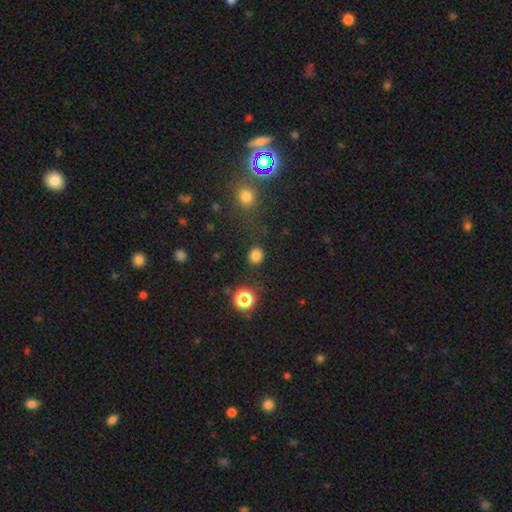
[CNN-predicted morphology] A smooth galaxy with no disk features (81%) that is round (81%).

Vote fractions:
- Smooth or featured? smooth: 81% / star or artifact: 16% / featured or disk: 4%
- How rounded? round: 81% / in between: 18% / cigar-shaped: 1%
- Merging? none: 84% / minor disturbance: 9% / major disturbance: 4% / merger: 3%